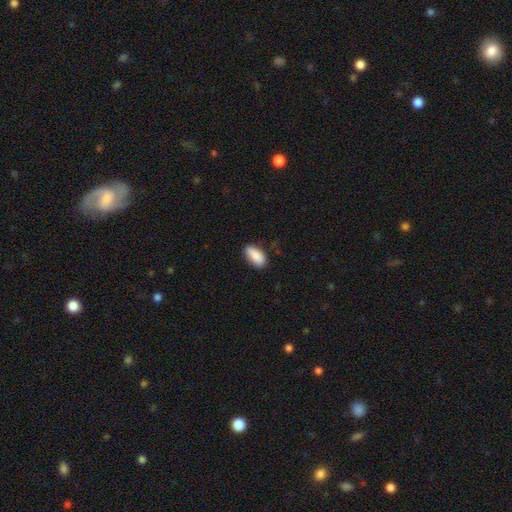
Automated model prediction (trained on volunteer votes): smooth 87%, featured or disk 7%, star or artifact 6%. Down the decision tree: how rounded — in between (90%); merging — none (79%).